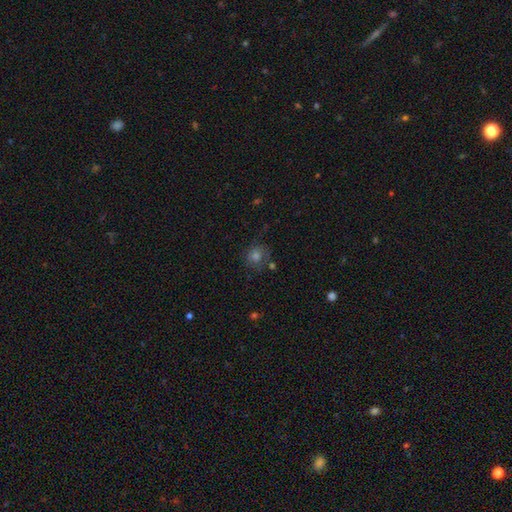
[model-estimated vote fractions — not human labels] Smooth or featured? smooth (56%)
How rounded? round (82%)
Merging? none (70%)